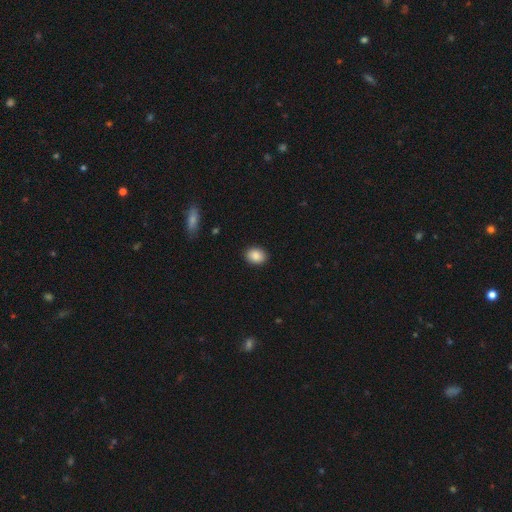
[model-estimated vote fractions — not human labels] The model was most divided on "how rounded": in between: 67%, round: 32%, cigar-shaped: 1%. More confident: merging — none (90%); smooth or featured — smooth (88%).